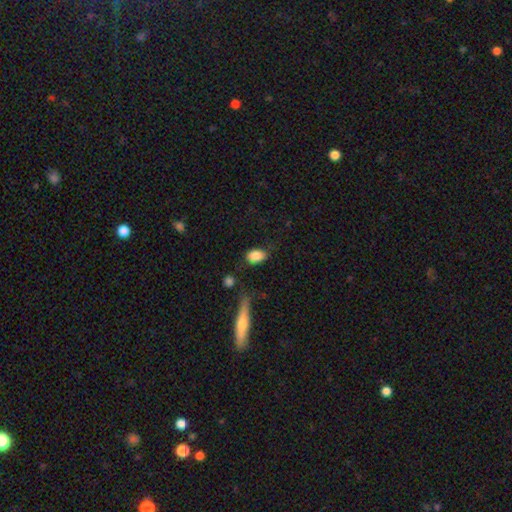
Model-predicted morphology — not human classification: A smooth galaxy with no disk features (85%) that is in between round and cigar-shaped (85%).

Vote fractions:
- Smooth or featured? smooth: 85% / featured or disk: 8% / star or artifact: 8%
- How rounded? in between: 85% / round: 12% / cigar-shaped: 3%
- Merging? none: 67% / minor disturbance: 20% / major disturbance: 8% / merger: 5%